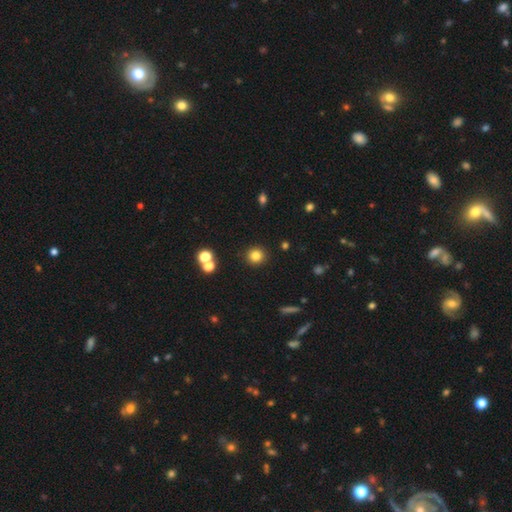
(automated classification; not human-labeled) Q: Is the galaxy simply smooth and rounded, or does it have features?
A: smooth — 80%.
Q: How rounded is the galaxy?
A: round — 92%.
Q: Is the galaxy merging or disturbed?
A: none — 89%.